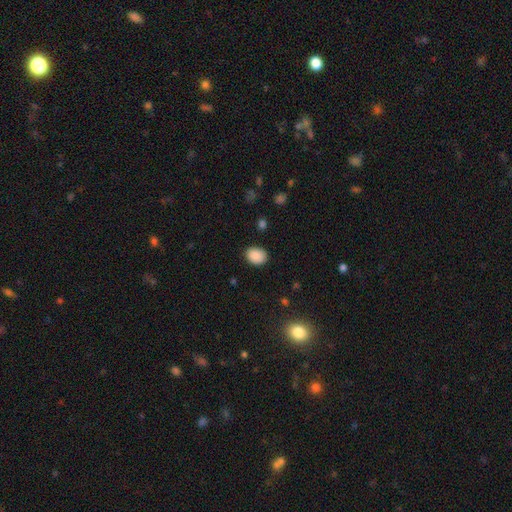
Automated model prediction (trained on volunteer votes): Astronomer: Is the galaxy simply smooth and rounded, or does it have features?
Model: smooth — 89%.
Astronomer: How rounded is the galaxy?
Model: in between — 59% (runner-up: round, 40%).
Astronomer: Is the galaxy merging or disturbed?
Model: none — 86%.